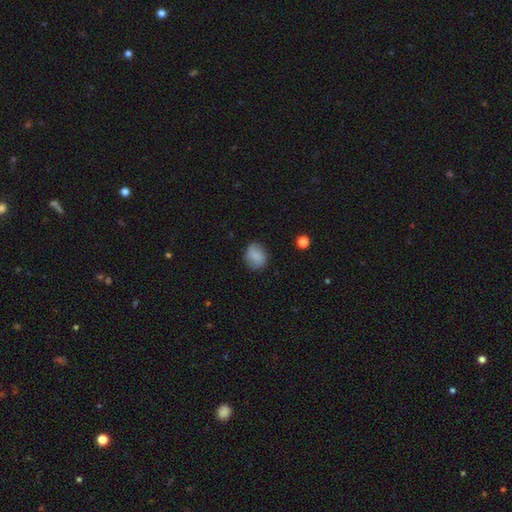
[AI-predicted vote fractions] Morphology: type=smooth (84%); roundness=in between (51%); merging=none (80%).